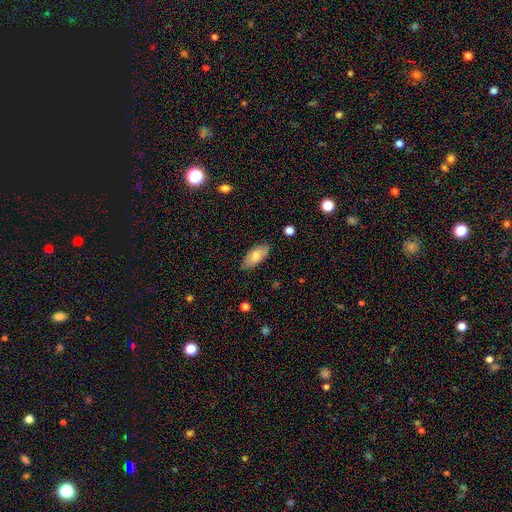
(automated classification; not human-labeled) Overall: smooth (74%). How rounded: in between (88%). Merging: none (84%).